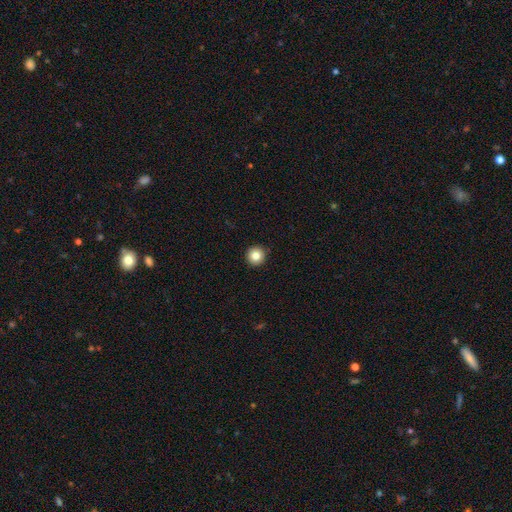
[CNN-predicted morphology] Smooth or featured?
  - smooth: 84% *
  - star or artifact: 10%
  - featured or disk: 7%
How rounded?
  - round: 96% *
  - in between: 3%
  - cigar-shaped: 1%
Merging?
  - none: 94% *
  - minor disturbance: 4%
  - major disturbance: 1%
  - merger: 1%